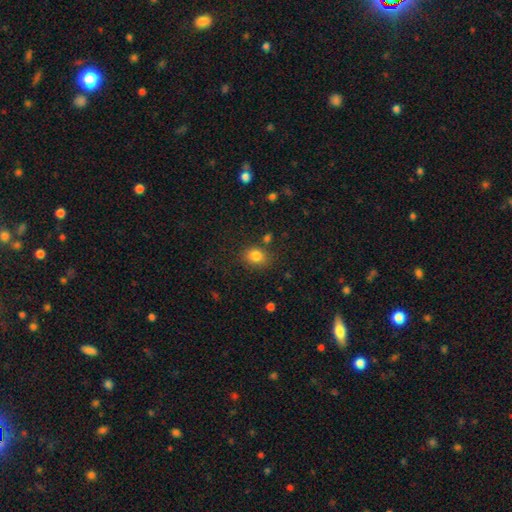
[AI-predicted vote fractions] Q: Smooth or featured?
A: smooth (82%); runner-up: star or artifact (11%)
Q: How rounded?
A: in between (51%); runner-up: round (48%)
Q: Merging?
A: none (77%); runner-up: minor disturbance (13%)